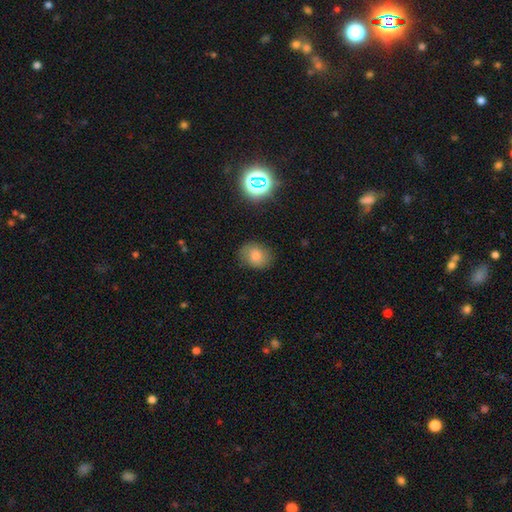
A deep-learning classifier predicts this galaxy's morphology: This appears to be a smooth galaxy with no disk features (72%) that is round (55%). Merging: none (82%).